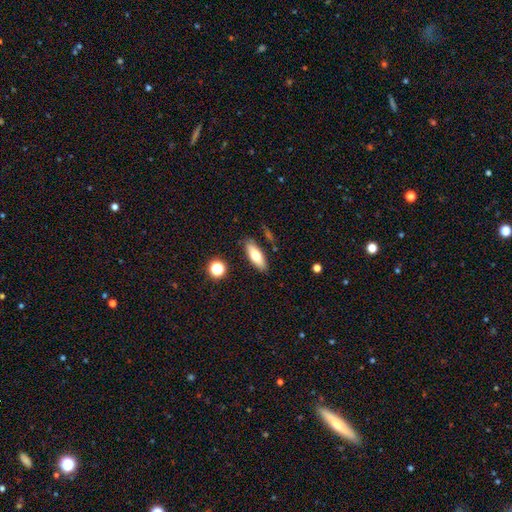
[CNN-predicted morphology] Smooth or featured? smooth (69%)
How rounded? in between (61%)
Merging? none (83%)